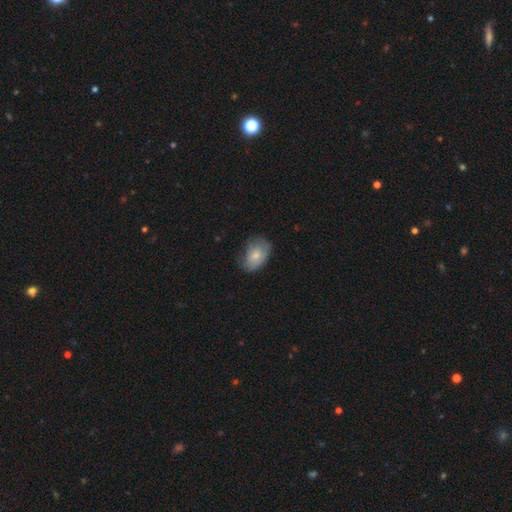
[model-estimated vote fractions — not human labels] Smooth or featured?
  - smooth: 73% *
  - featured or disk: 20%
  - star or artifact: 7%
How rounded?
  - in between: 80% *
  - round: 18%
  - cigar-shaped: 1%
Merging?
  - none: 56% *
  - minor disturbance: 33%
  - major disturbance: 10%
  - merger: 1%